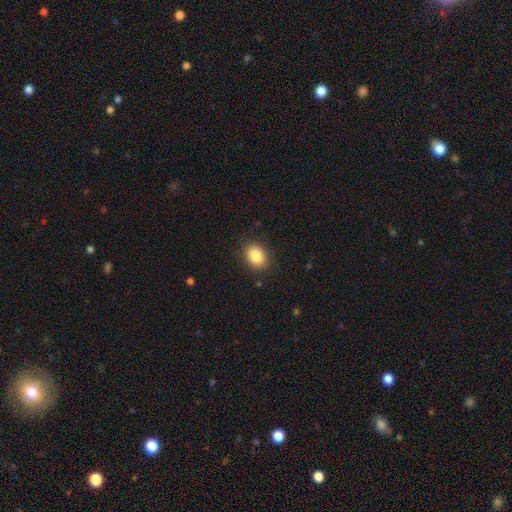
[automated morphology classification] Smooth or featured?
  - smooth: 87% *
  - star or artifact: 9%
  - featured or disk: 5%
How rounded?
  - in between: 63% *
  - round: 36%
  - cigar-shaped: 1%
Merging?
  - none: 88% *
  - minor disturbance: 9%
  - major disturbance: 3%
  - merger: 1%